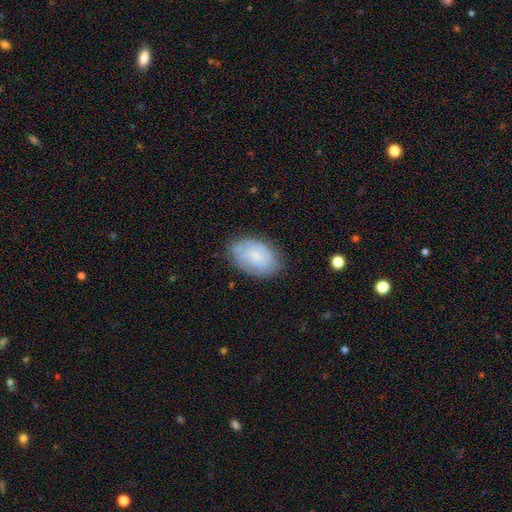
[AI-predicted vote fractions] Smooth or featured? Predicted: smooth (p=0.47). Merging? Predicted: none (p=0.76).